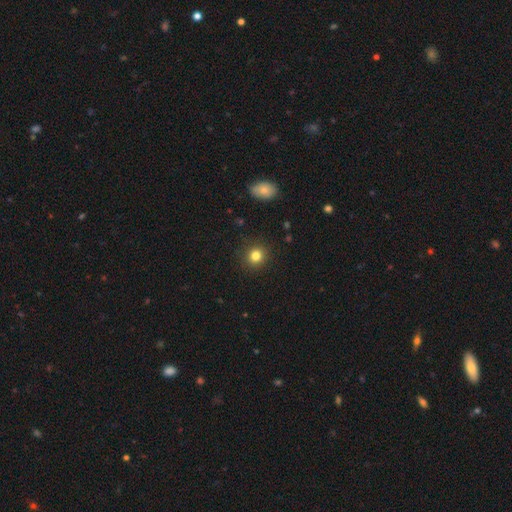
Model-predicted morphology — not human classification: smooth-or-featured: smooth: 82% | star or artifact: 12% | featured or disk: 6%
  how-rounded: round: 88% | in between: 11% | cigar-shaped: 1%
  merging: none: 90% | minor disturbance: 7% | major disturbance: 2% | merger: 1%